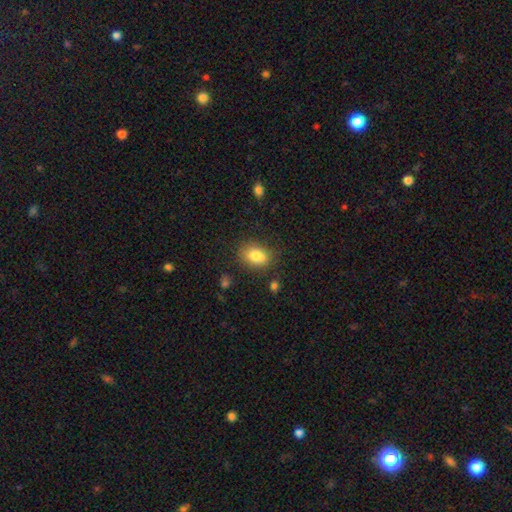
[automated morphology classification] Smooth or featured: smooth — 77% (featured or disk — 13%)
How rounded: in between — 69% (round — 30%)
Merging: none — 59% (minor disturbance — 18%)